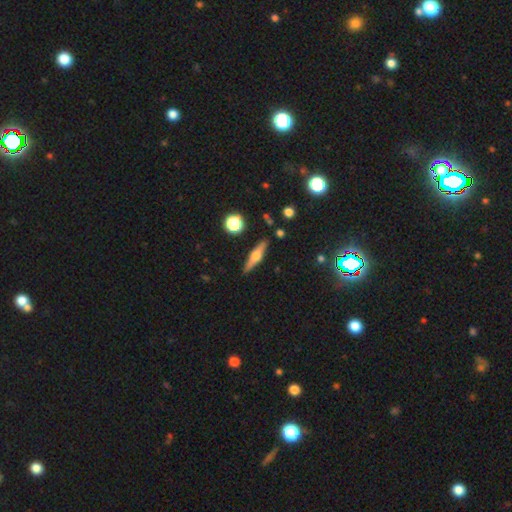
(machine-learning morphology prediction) Smooth or featured: featured or disk — 63% (smooth — 30%)
Edge-on disk: yes — 96% (no — 4%)
Edge-on bulge: rounded — 92% (boxy — 5%)
Merging: none — 88% (minor disturbance — 8%)